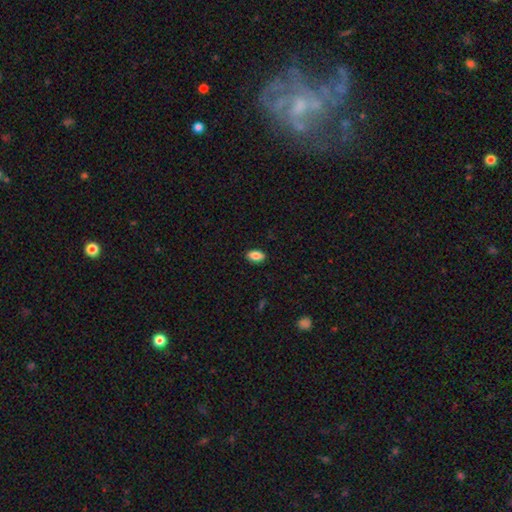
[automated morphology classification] This is clearly a smooth galaxy (86%). How rounded: clearly in between (91%). Merging: clearly none (89%).